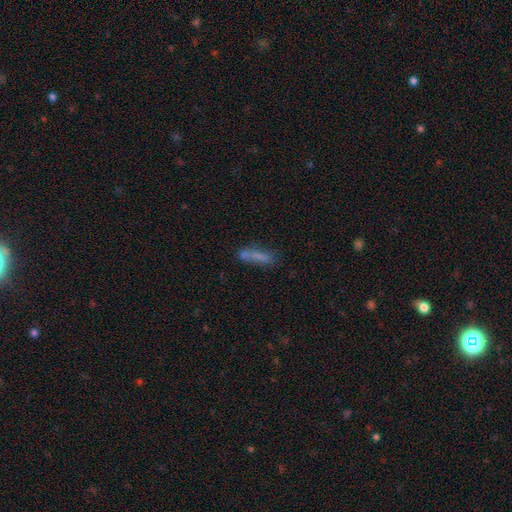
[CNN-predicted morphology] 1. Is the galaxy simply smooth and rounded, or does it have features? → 65% smooth, 23% featured or disk, 12% star or artifact.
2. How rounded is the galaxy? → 79% cigar-shaped, 19% in between, 2% round.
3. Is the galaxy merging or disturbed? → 57% none, 20% minor disturbance, 13% merger, 9% major disturbance.